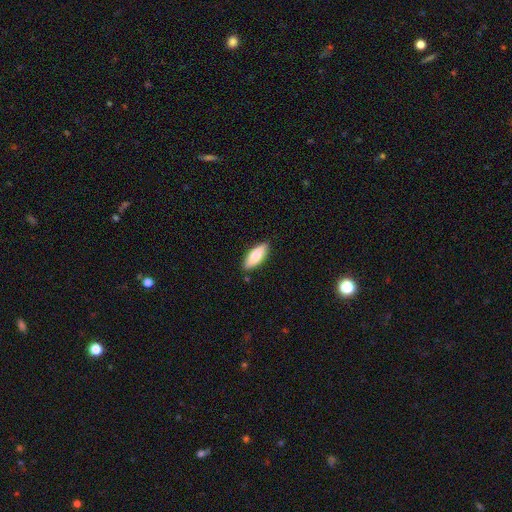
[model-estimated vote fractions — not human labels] A smooth galaxy with no disk features (77%) that is in between round and cigar-shaped (70%). Merging: none (86%).